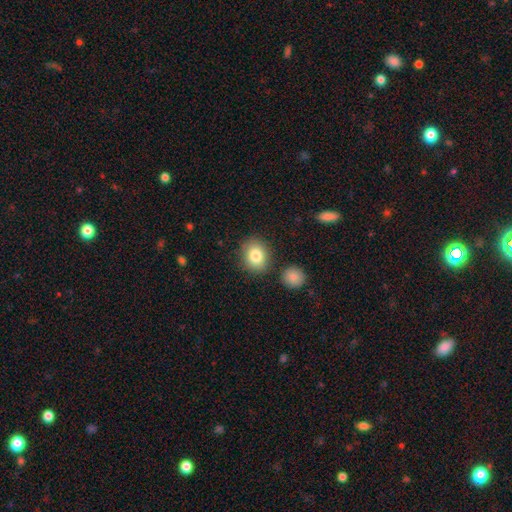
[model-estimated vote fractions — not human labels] A smooth galaxy with no disk features (83%) that is round (57%). Merging: none (81%).